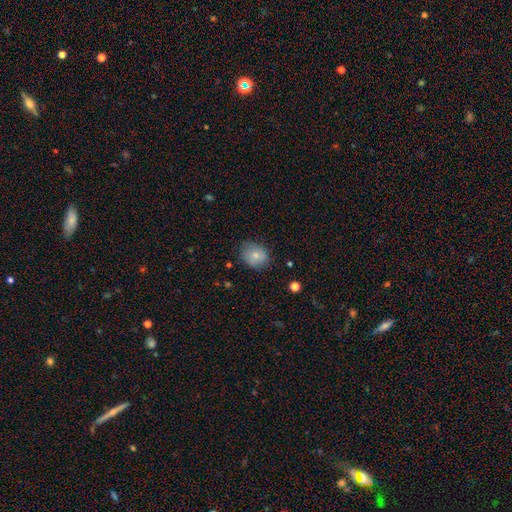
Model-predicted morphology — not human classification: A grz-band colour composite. It shows a smooth galaxy with no disk features (78%) that is round (60%). Merging: none (75%).